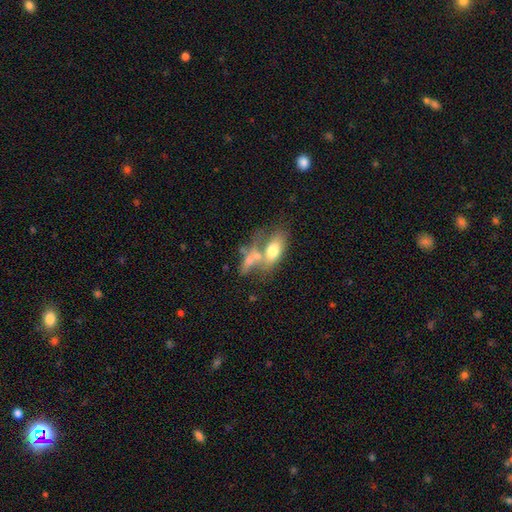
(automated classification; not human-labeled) smooth_or_featured: smooth (p=0.61) [alt: featured or disk p=0.30]
how_rounded: in between (p=0.78) [alt: cigar-shaped p=0.14]
merging: merger (p=0.56) [alt: none p=0.24]